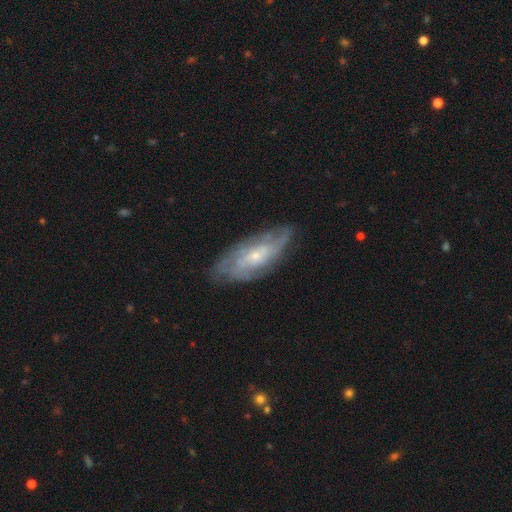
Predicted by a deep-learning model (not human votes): This appears to be a featured or disk galaxy (74%) with no bar (67%), tight (52%) spiral arms (87%) and a small central bulge (67%). Merging: none (74%).